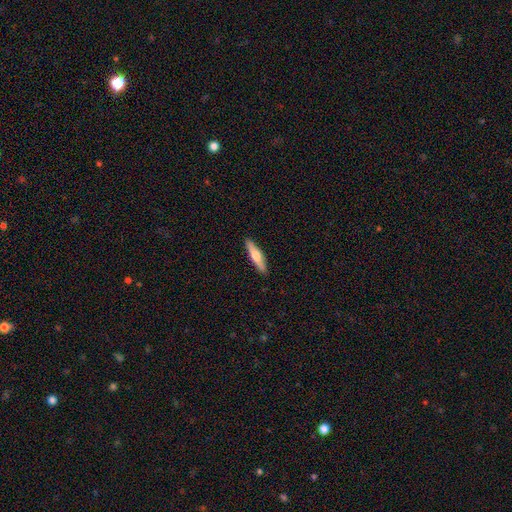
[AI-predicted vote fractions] Smooth or featured: smooth — 53% (featured or disk — 42%)
How rounded: cigar-shaped — 77% (in between — 21%)
Merging: none — 91% (minor disturbance — 7%)